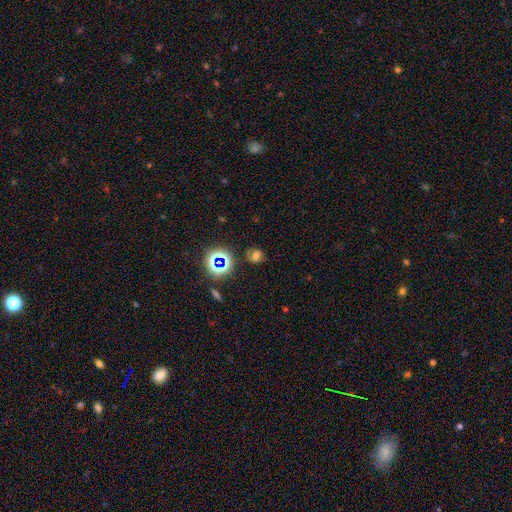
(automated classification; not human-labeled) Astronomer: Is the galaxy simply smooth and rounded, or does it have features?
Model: smooth — 58%.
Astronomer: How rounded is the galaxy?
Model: round — 67%.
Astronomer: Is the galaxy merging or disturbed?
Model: none — 74%.